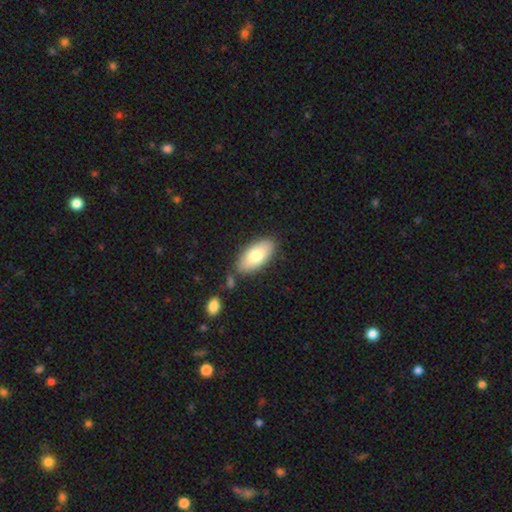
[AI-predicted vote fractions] smooth_or_featured: smooth (p=0.76) [alt: featured or disk p=0.18]
how_rounded: in between (p=0.91) [alt: cigar-shaped p=0.06]
merging: none (p=0.78) [alt: minor disturbance p=0.13]